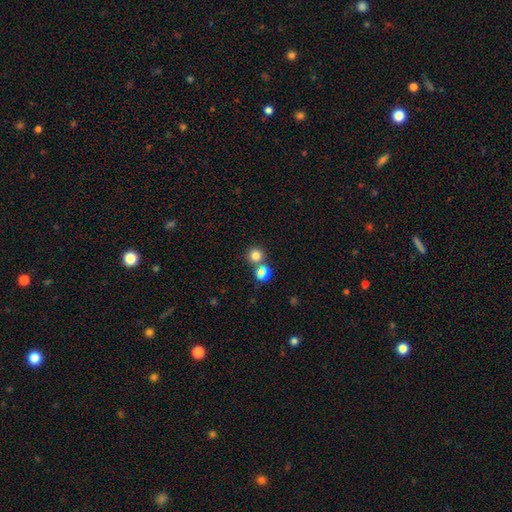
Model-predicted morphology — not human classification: The model was most divided on "merging": none: 62%, merger: 29%, minor disturbance: 6%, major disturbance: 2%. More confident: how rounded — round (92%); smooth or featured — smooth (82%).